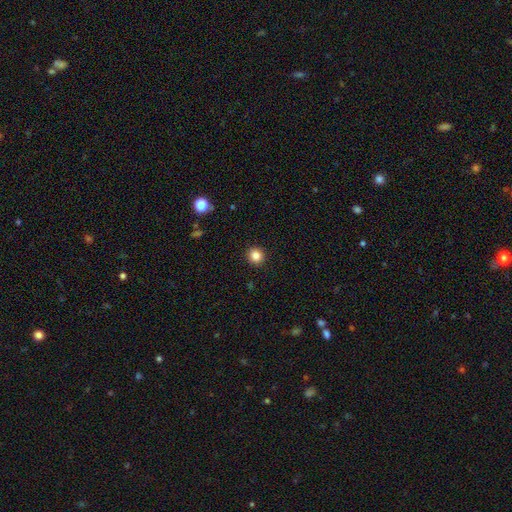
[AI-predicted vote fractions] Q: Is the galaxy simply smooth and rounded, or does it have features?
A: smooth — 84%.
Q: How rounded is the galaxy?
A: round — 90%.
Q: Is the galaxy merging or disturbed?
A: none — 93%.